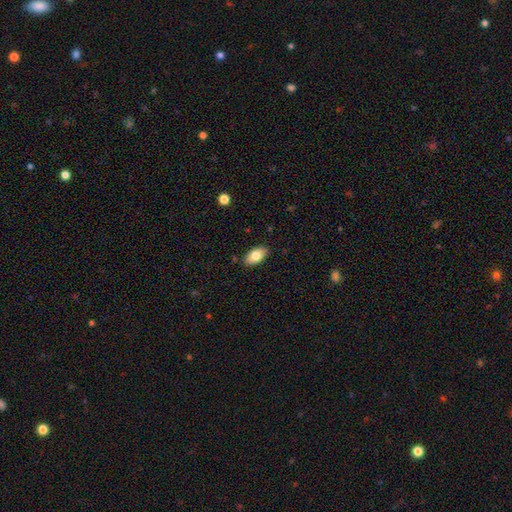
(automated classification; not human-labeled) This appears to be a smooth galaxy with no disk features (80%) that is in between round and cigar-shaped (93%). Merging: none (86%).